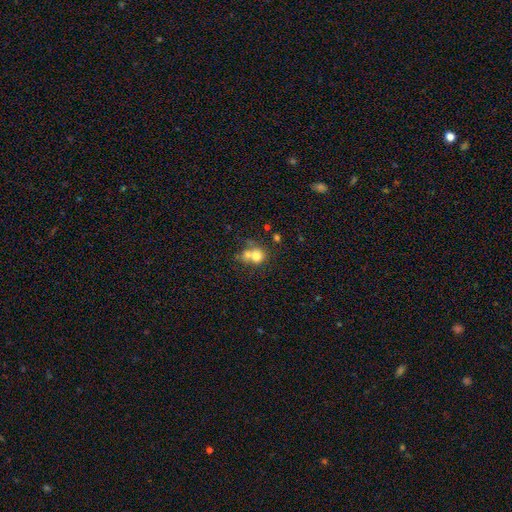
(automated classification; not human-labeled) smooth-or-featured: smooth: 72% | featured or disk: 16% | star or artifact: 12%
  how-rounded: round: 77% | in between: 22% | cigar-shaped: 1%
  merging: merger: 56% | none: 31% | minor disturbance: 8% | major disturbance: 5%